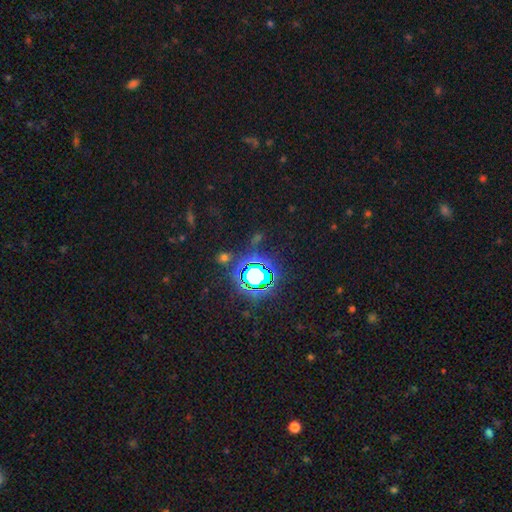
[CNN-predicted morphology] A star or artifact, not a galaxy (81%).